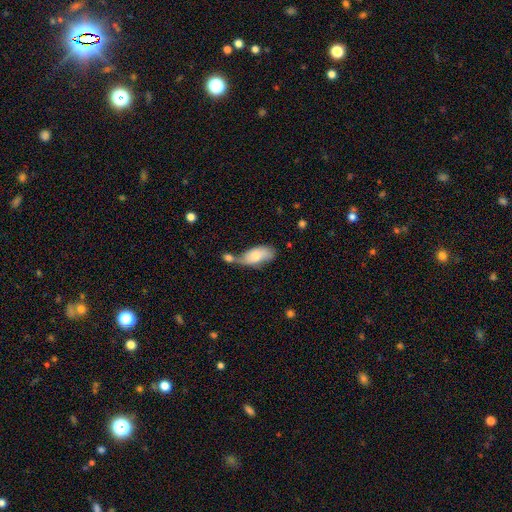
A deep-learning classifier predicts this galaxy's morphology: A smooth galaxy with no disk features (71%) that is in between round and cigar-shaped (90%).

Vote fractions:
- Smooth or featured? smooth: 71% / featured or disk: 22% / star or artifact: 6%
- How rounded? in between: 90% / cigar-shaped: 7% / round: 3%
- Merging? merger: 43% / none: 29% / minor disturbance: 19% / major disturbance: 10%